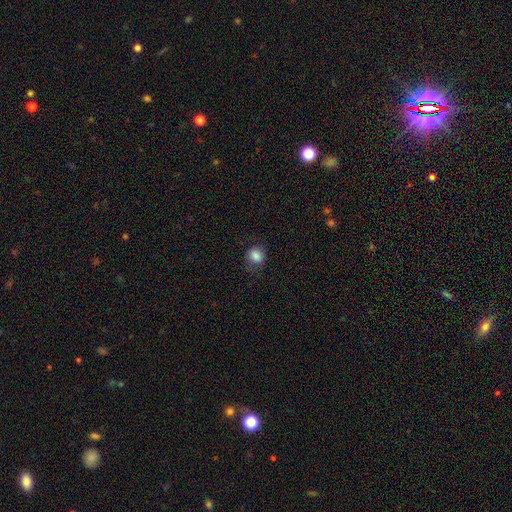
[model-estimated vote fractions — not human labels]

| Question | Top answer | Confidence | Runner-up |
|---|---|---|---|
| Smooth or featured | smooth | 85% | star or artifact (9%) |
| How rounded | round | 61% | in between (38%) |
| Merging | none | 70% | minor disturbance (21%) |